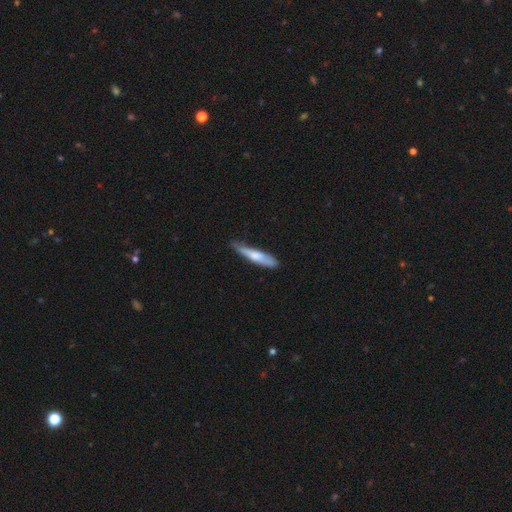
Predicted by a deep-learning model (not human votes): This appears to be a smooth galaxy with no disk features (62%) that is cigar-shaped (87%). Merging: none (65%).